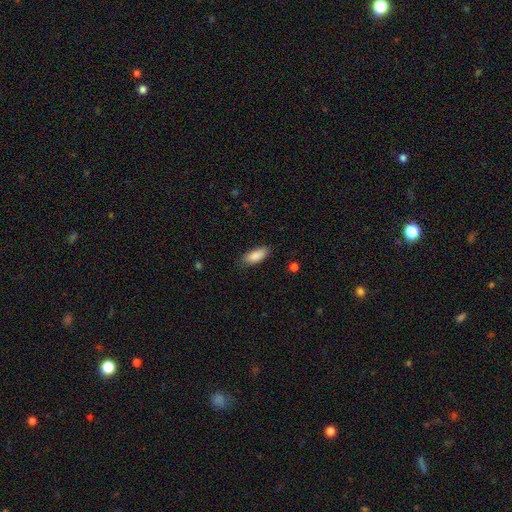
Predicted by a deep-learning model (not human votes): Smooth or featured?
  - smooth: 87% *
  - featured or disk: 7%
  - star or artifact: 7%
How rounded?
  - in between: 79% *
  - cigar-shaped: 19%
  - round: 2%
Merging?
  - none: 80% *
  - minor disturbance: 16%
  - major disturbance: 3%
  - merger: 1%